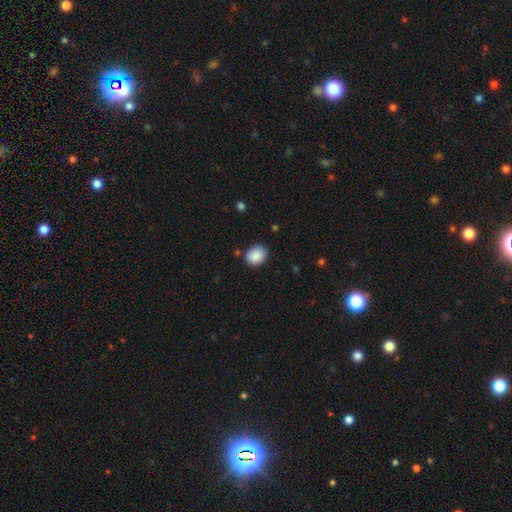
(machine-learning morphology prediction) smooth_or_featured: smooth (p=0.89) [alt: star or artifact p=0.08]
how_rounded: in between (p=0.57) [alt: round p=0.43]
merging: none (p=0.83) [alt: minor disturbance p=0.12]